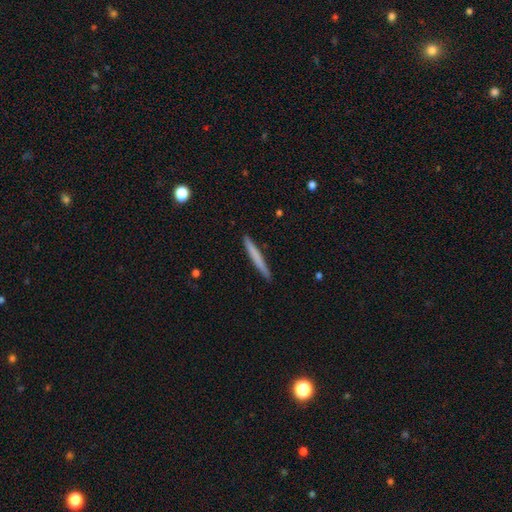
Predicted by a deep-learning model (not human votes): smooth 66%, featured or disk 28%, star or artifact 6%. Down the decision tree: how rounded — cigar-shaped (97%); merging — none (91%).